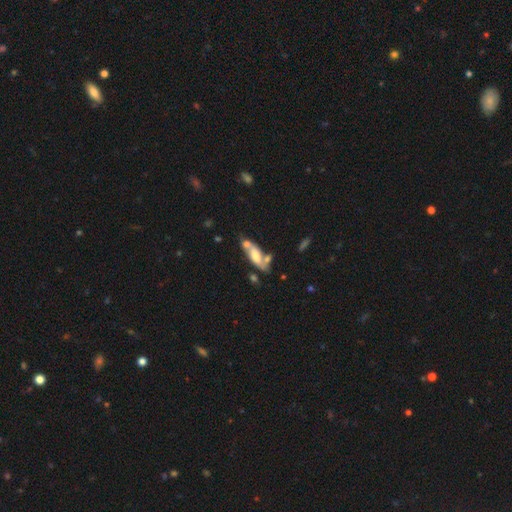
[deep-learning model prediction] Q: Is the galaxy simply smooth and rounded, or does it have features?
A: featured or disk — 48%.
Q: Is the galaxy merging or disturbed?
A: none — 41%.